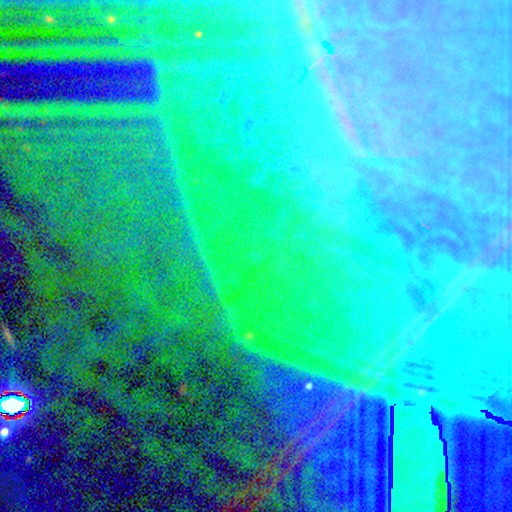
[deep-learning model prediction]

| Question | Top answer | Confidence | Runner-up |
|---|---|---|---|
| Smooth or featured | star or artifact | 84% | featured or disk (9%) |